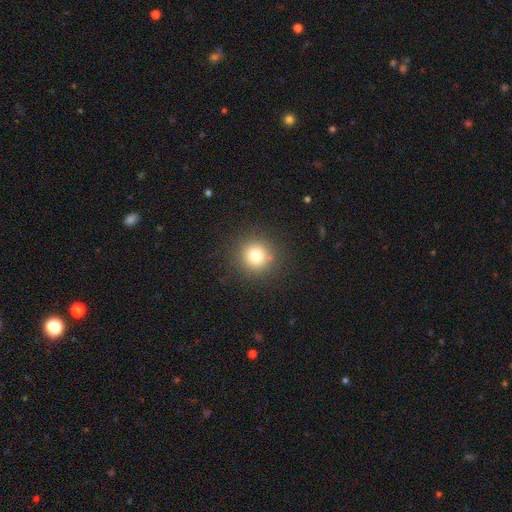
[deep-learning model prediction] smooth_or_featured: smooth (p=0.78) [alt: star or artifact p=0.14]
how_rounded: round (p=0.93) [alt: in between p=0.06]
merging: none (p=0.89) [alt: minor disturbance p=0.07]